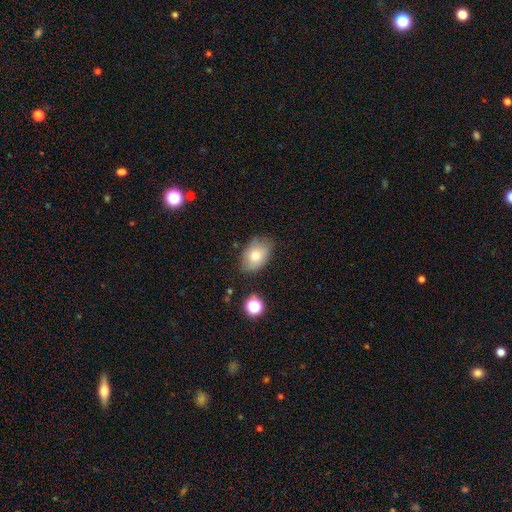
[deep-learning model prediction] Smooth or featured? Predicted: smooth (p=0.73). How rounded? Predicted: in between (p=0.83). Merging? Predicted: none (p=0.73).